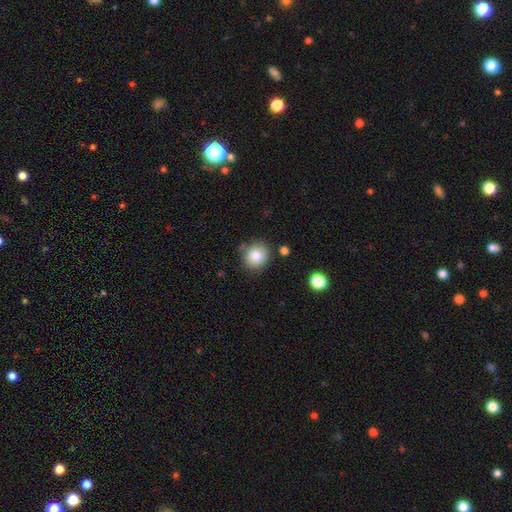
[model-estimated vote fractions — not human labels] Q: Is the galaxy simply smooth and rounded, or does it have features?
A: smooth — 82%.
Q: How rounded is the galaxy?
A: round — 80%.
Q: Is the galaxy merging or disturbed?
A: none — 79%.